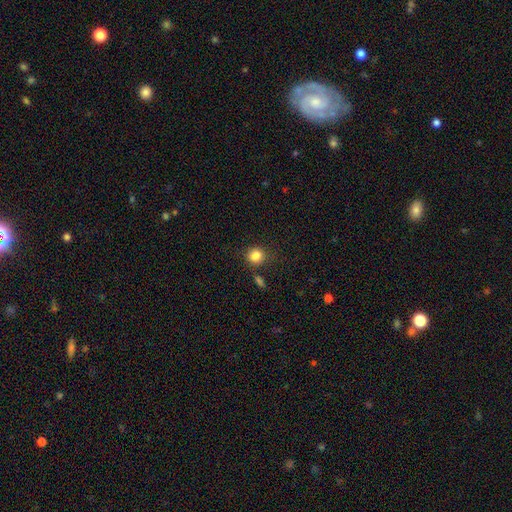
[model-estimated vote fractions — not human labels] Morphology: type=smooth (85%); roundness=round (81%); merging=none (73%).